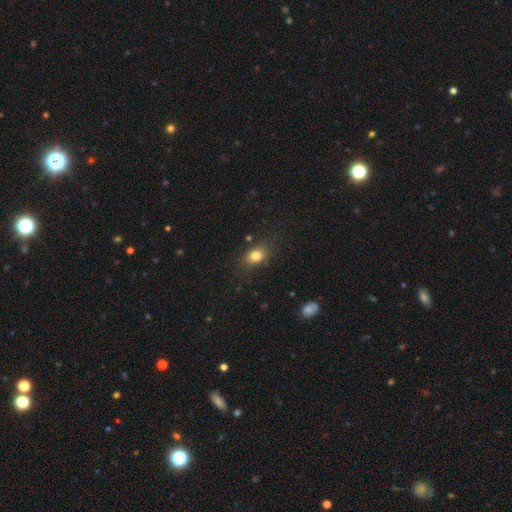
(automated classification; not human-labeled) smooth 80%, star or artifact 11%, featured or disk 8%. Down the decision tree: how rounded — in between (63%); merging — none (76%).